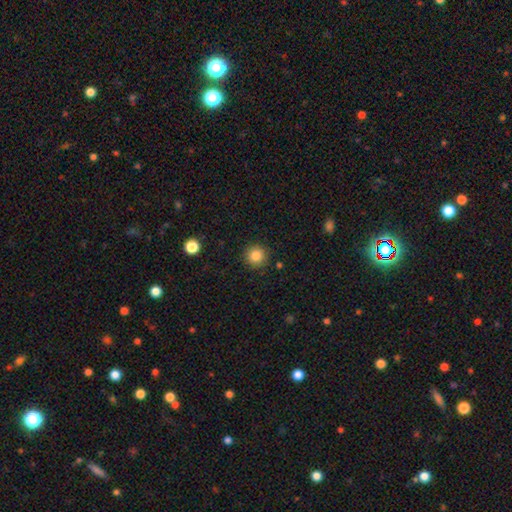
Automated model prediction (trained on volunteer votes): The model was most divided on "smooth or featured": smooth: 84%, star or artifact: 11%, featured or disk: 5%. More confident: how rounded — round (95%); merging — none (91%).